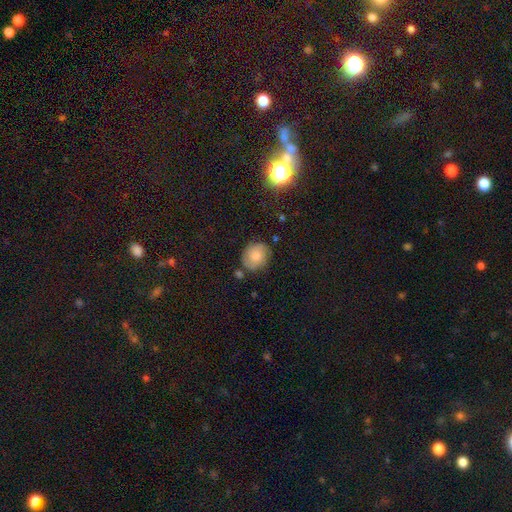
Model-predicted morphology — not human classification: Smooth or featured? Predicted: smooth (p=0.60). How rounded? Predicted: round (p=0.63). Merging? Predicted: none (p=0.72).